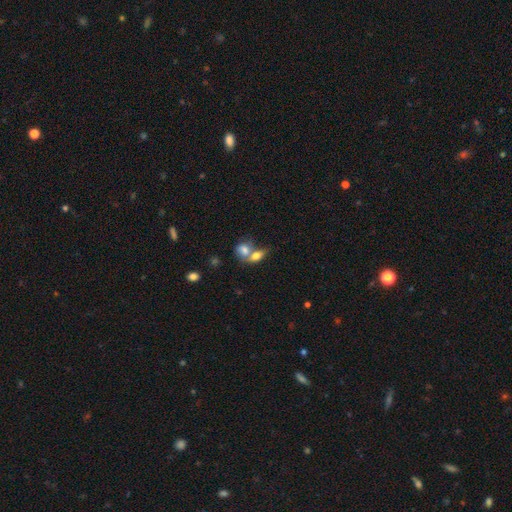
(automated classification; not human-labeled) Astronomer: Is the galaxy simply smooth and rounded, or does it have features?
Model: smooth — 71%.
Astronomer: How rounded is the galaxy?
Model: in between — 73%.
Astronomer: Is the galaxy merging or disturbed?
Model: merger — 67%.